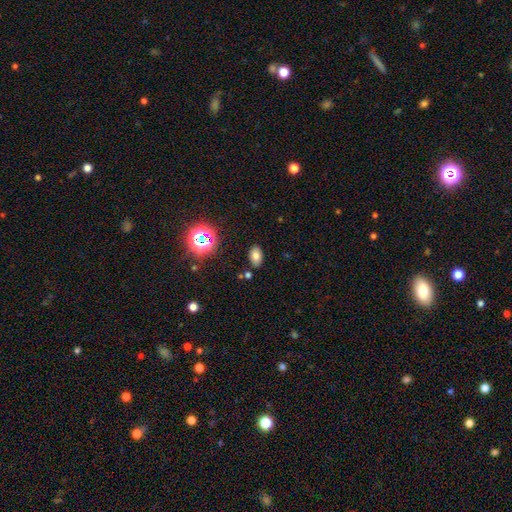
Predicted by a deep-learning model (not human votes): The model was most divided on "smooth or featured": smooth: 73%, star or artifact: 16%, featured or disk: 11%. More confident: how rounded — in between (88%); merging — none (84%).